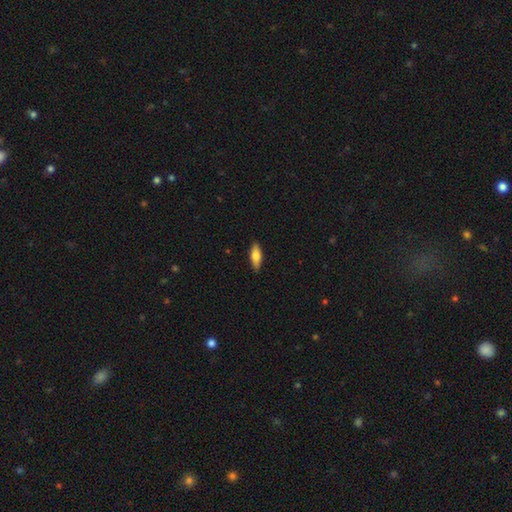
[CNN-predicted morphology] Q: Smooth or featured?
A: smooth (72%); runner-up: featured or disk (21%)
Q: How rounded?
A: in between (66%); runner-up: cigar-shaped (32%)
Q: Merging?
A: none (87%); runner-up: minor disturbance (10%)